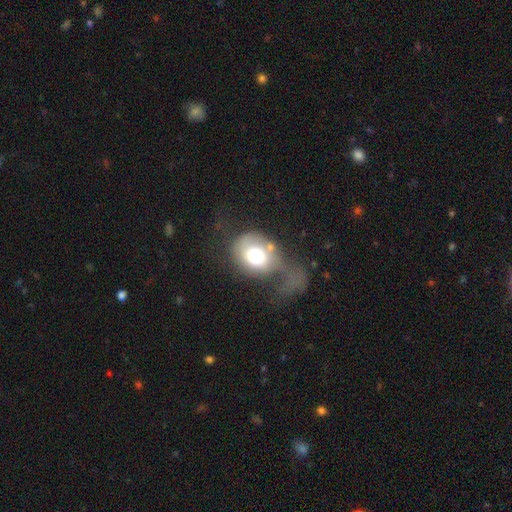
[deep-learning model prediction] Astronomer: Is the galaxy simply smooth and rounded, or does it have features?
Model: smooth — 65%.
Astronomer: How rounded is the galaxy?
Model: round — 58% (runner-up: in between, 41%).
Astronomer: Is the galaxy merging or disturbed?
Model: major disturbance — 51%.